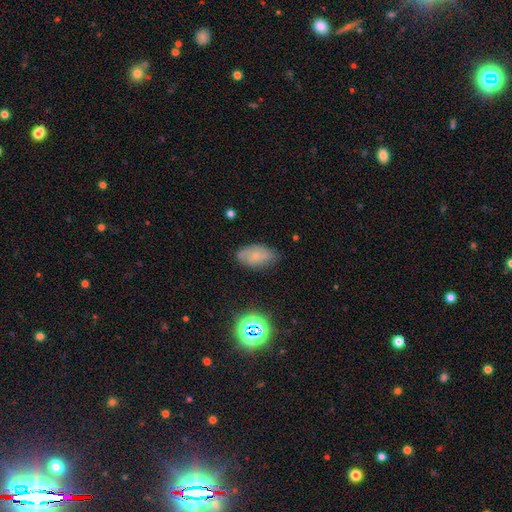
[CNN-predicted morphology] Smooth or featured: smooth — 59% (featured or disk — 27%)
How rounded: in between — 91% (round — 7%)
Merging: none — 71% (minor disturbance — 22%)